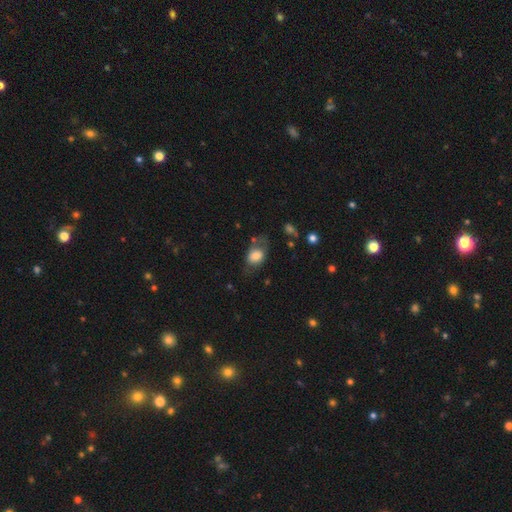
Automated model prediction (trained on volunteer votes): The model was most divided on "merging": none: 50%, minor disturbance: 26%, major disturbance: 19%, merger: 5%. More confident: how rounded — in between (74%); smooth or featured — smooth (70%).